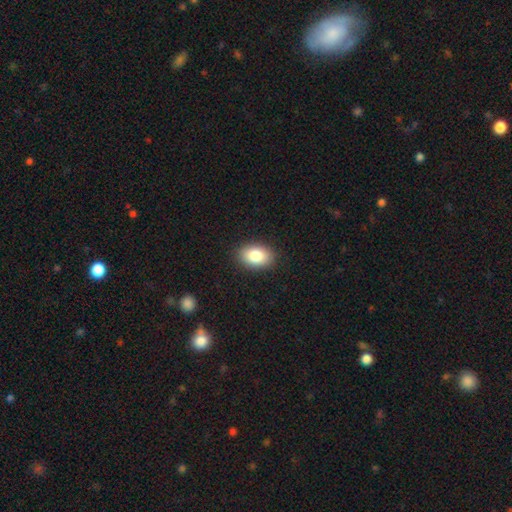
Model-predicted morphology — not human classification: Smooth or featured? Predicted: smooth (p=0.86). How rounded? Predicted: in between (p=0.85). Merging? Predicted: none (p=0.89).